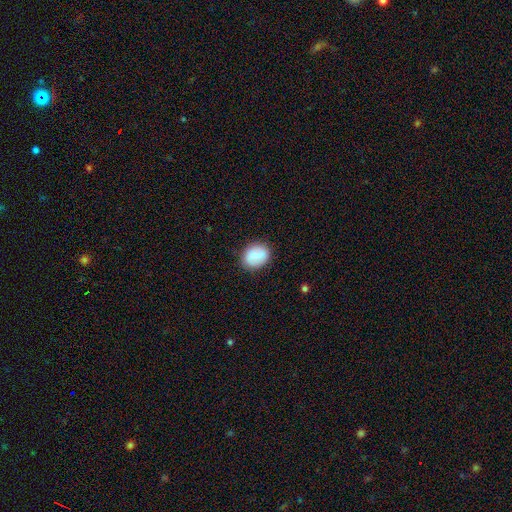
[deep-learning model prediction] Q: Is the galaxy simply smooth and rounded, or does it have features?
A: smooth — 83%.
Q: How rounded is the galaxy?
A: round — 50%.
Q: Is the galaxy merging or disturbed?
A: none — 85%.